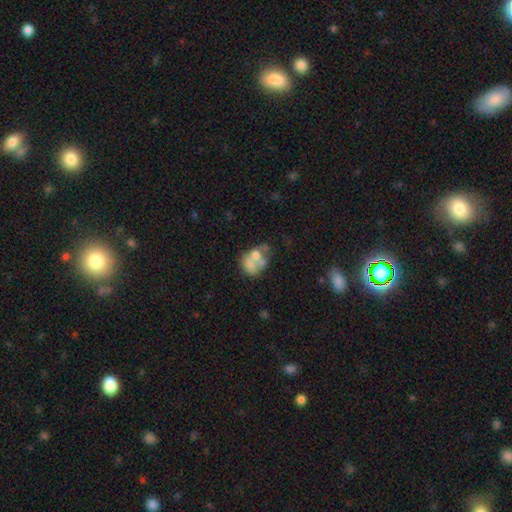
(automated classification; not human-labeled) Smooth or featured?
  - smooth: 50% *
  - featured or disk: 39%
  - star or artifact: 11%
Merging?
  - merger: 50% *
  - none: 25%
  - major disturbance: 12%
  - minor disturbance: 12%